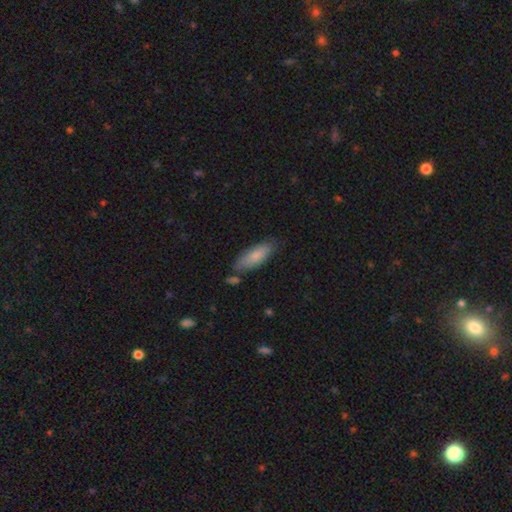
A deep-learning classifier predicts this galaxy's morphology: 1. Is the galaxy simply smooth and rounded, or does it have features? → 80% smooth, 15% featured or disk, 6% star or artifact.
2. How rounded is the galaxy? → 65% in between, 33% cigar-shaped, 2% round.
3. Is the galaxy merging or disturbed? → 72% none, 18% minor disturbance, 6% merger, 4% major disturbance.